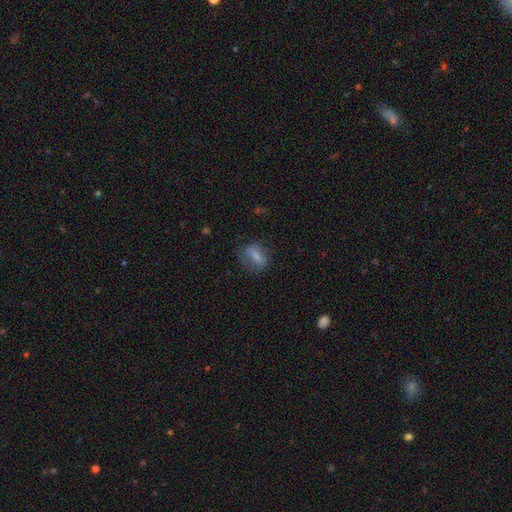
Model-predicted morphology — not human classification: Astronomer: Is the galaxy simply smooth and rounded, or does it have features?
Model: smooth — 63%.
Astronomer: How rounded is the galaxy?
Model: in between — 65%.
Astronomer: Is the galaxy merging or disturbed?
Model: none — 64%.